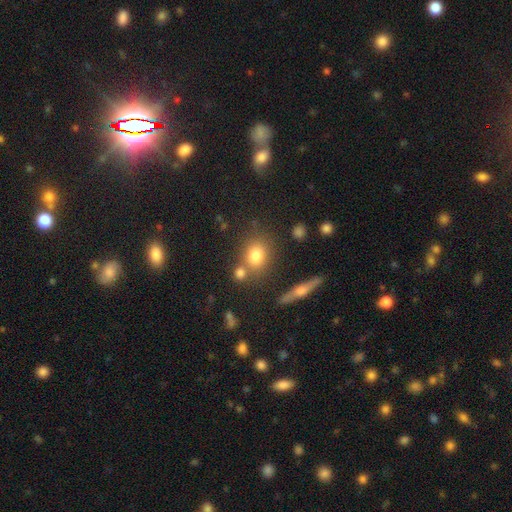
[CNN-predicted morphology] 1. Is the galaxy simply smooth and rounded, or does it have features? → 76% smooth, 12% star or artifact, 11% featured or disk.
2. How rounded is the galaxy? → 55% round, 42% in between, 3% cigar-shaped.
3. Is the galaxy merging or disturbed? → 63% none, 20% merger, 12% minor disturbance, 5% major disturbance.